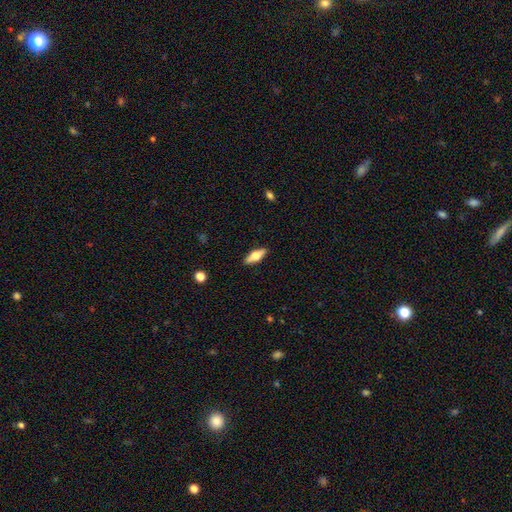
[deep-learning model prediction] Smooth or featured?
  - smooth: 47% * (tied)
  - featured or disk: 47% * (tied)
  - star or artifact: 6%
Merging?
  - none: 89% *
  - minor disturbance: 8%
  - major disturbance: 2%
  - merger: 1%